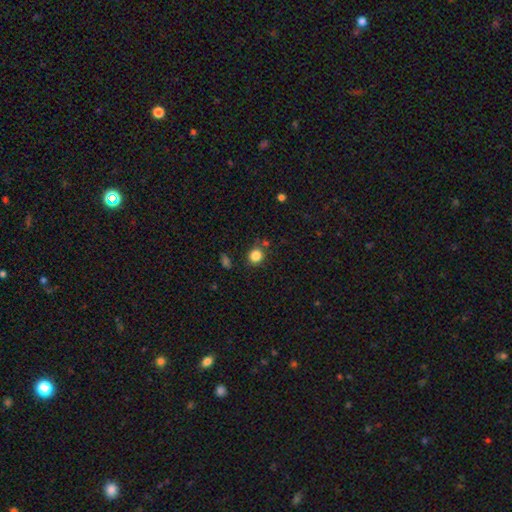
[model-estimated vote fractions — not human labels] Morphology: type=smooth (84%); roundness=round (85%); merging=none (79%).